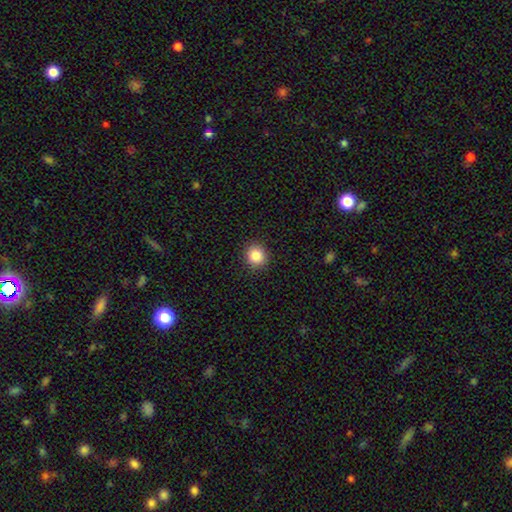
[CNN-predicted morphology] smooth 85%, star or artifact 10%, featured or disk 5%. Down the decision tree: how rounded — round (89%); merging — none (91%).